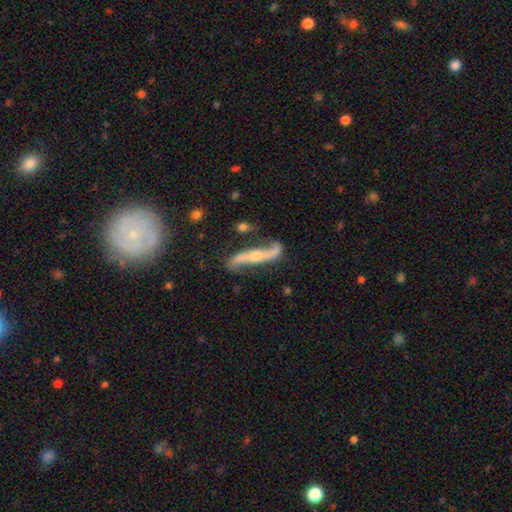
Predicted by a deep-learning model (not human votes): Morphology: type=featured or disk (83%); edge-on=no (69%); bar=no (45%); spiral arms=yes (94%); winding=loose (82%); arm count=2 (92%); bulge=small (47%); merging=none (71%).